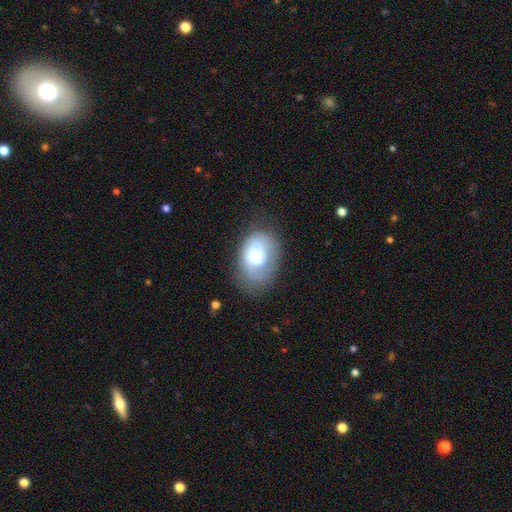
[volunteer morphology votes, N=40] smooth-or-featured: smooth: 55% | featured or disk: 35% | star or artifact: 10%
  how-rounded: in between: 82% | round: 18% | cigar-shaped: 0%
  merging: none: 50% | minor disturbance: 25% | major disturbance: 22% | merger: 3%